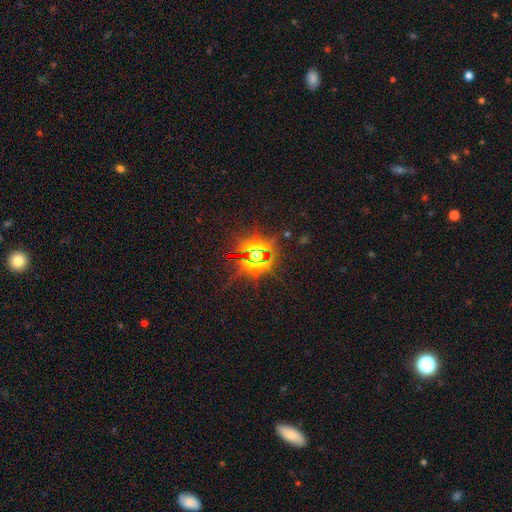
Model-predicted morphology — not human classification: This appears to be a star or artifact, not a galaxy (79%).